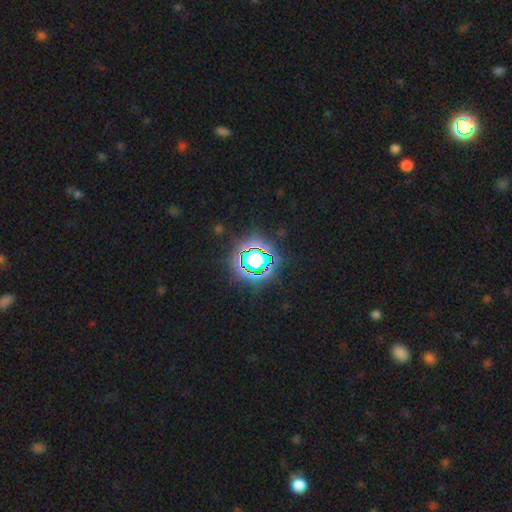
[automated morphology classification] Smooth or featured?
  - star or artifact: 72% *
  - smooth: 18%
  - featured or disk: 11%